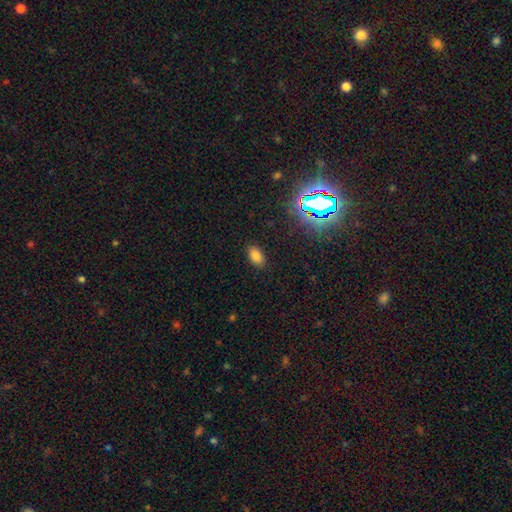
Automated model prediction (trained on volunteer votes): Morphology: type=smooth (77%); roundness=in between (90%); merging=none (87%).